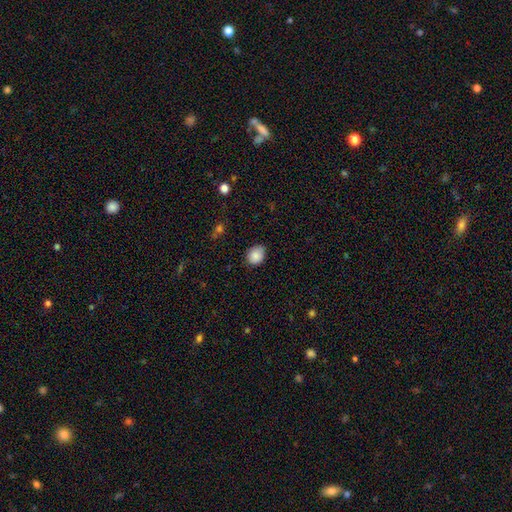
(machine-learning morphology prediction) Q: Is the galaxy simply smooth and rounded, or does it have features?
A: smooth — 88%.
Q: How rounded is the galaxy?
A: round — 53%.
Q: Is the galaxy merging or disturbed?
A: none — 76%.